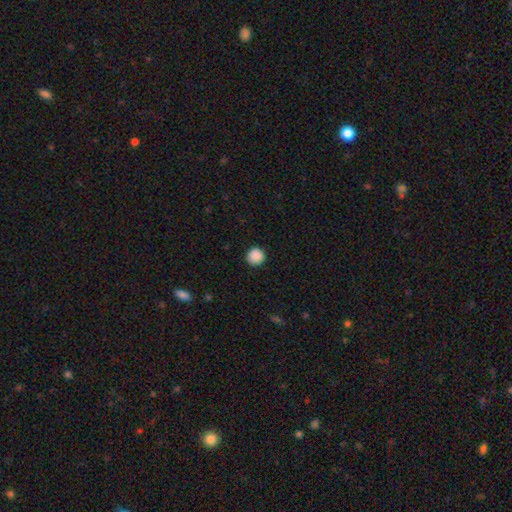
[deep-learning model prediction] Smooth or featured?
  - smooth: 89% *
  - star or artifact: 9%
  - featured or disk: 2%
How rounded?
  - round: 94% *
  - in between: 5%
  - cigar-shaped: 1%
Merging?
  - none: 91% *
  - minor disturbance: 7%
  - major disturbance: 2%
  - merger: 1%